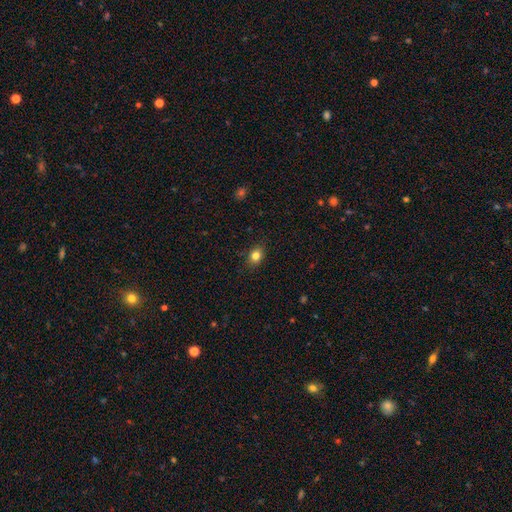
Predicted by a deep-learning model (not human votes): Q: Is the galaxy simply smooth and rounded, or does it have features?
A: smooth — 82%.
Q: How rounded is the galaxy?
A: in between — 61%.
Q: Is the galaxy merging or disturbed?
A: none — 86%.